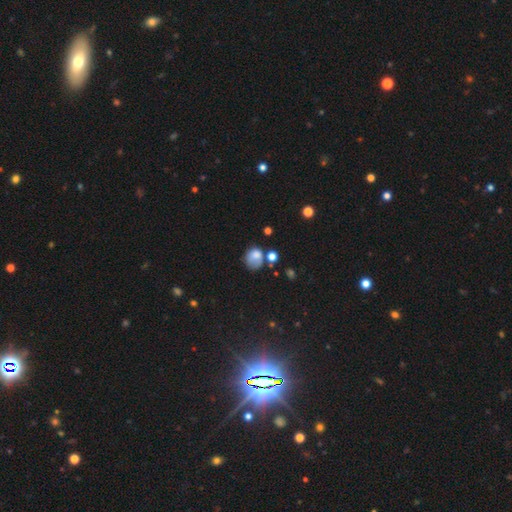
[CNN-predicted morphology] smooth-or-featured: smooth: 76% | star or artifact: 12% | featured or disk: 11%
  how-rounded: round: 62% | in between: 37% | cigar-shaped: 1%
  merging: none: 42% | minor disturbance: 27% | major disturbance: 17% | merger: 14%